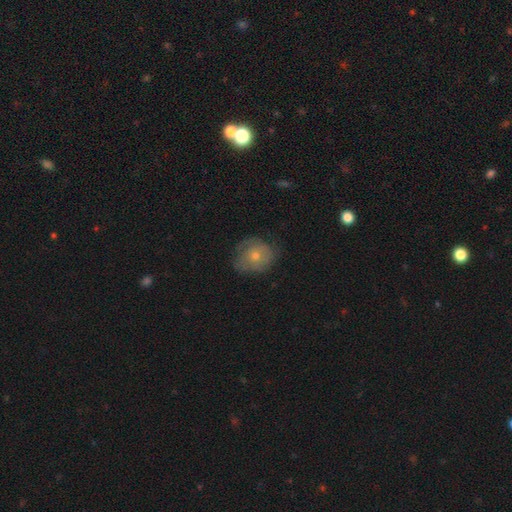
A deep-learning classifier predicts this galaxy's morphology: A smooth galaxy with no disk features (55%) that is round (66%). Merging: none (61%).